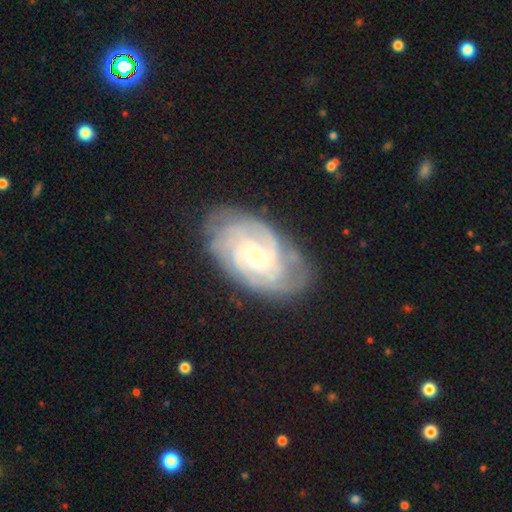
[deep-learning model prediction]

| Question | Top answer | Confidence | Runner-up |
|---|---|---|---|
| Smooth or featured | featured or disk | 83% | smooth (12%) |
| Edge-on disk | no | 96% | yes (4%) |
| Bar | no | 63% | weak (31%) |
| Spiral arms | yes | 95% | no (5%) |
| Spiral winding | tight | 68% | medium (26%) |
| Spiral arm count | can't tell | 38% | 4 (18%) |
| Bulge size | small | 56% | moderate (40%) |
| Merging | none | 76% | minor disturbance (18%) |